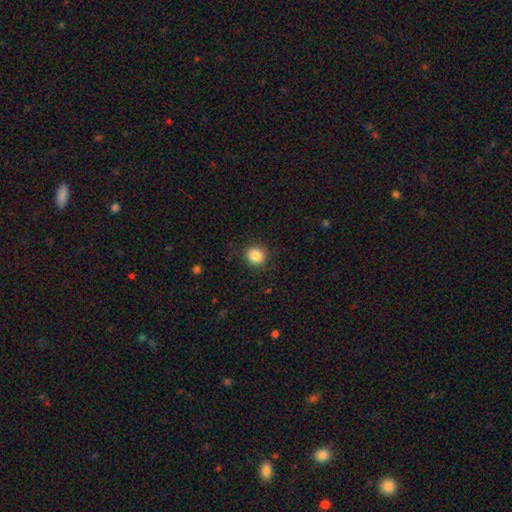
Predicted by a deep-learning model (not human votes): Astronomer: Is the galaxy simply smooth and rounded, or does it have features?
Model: smooth — 86%.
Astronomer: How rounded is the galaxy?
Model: round — 85%.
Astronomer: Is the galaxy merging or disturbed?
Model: none — 88%.